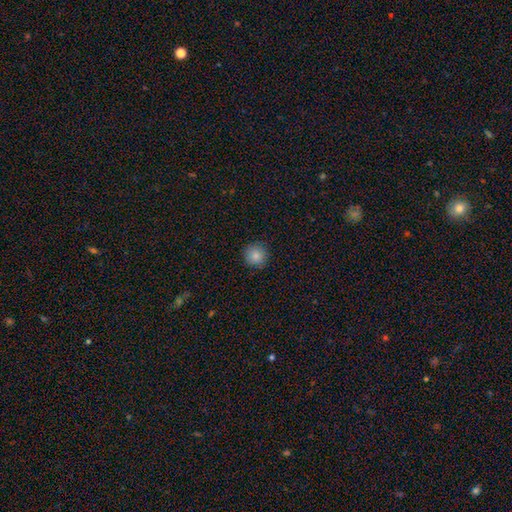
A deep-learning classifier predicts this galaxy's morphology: Smooth or featured? smooth (85%)
How rounded? round (95%)
Merging? none (91%)